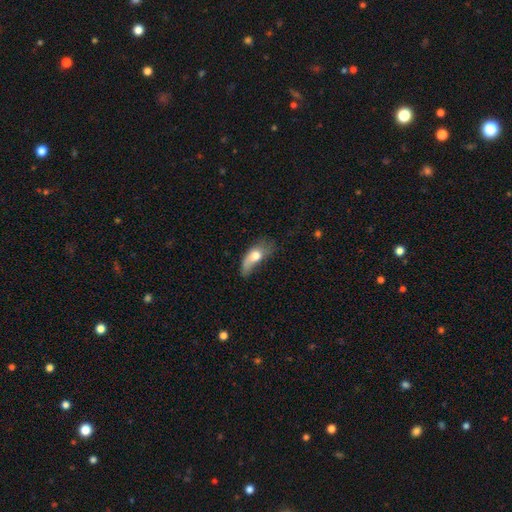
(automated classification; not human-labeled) smooth_or_featured: smooth (p=0.64) [alt: featured or disk p=0.28]
how_rounded: in between (p=0.76) [alt: cigar-shaped p=0.13]
merging: major disturbance (p=0.40) [alt: minor disturbance p=0.30]